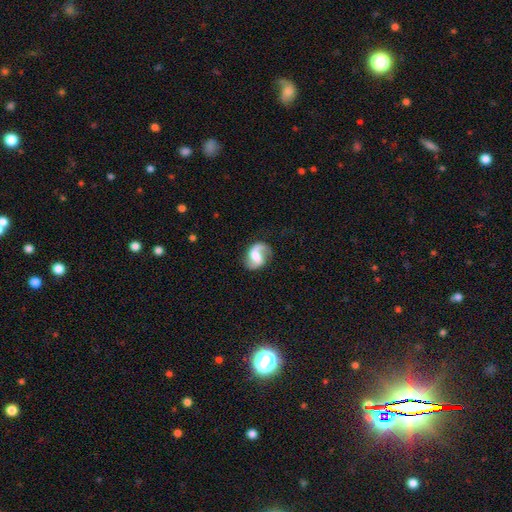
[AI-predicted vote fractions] smooth_or_featured: featured or disk (p=0.77) [alt: smooth p=0.16]
disk_edge_on: no (p=0.98) [alt: yes p=0.02]
bar: weak (p=0.46) [alt: strong p=0.31]
has_spiral_arms: yes (p=0.93) [alt: no p=0.07]
spiral_winding: loose (p=0.50) [alt: medium p=0.39]
spiral_arm_count: 2 (p=0.77) [alt: 1 p=0.17]
bulge_size: moderate (p=0.39) [alt: large p=0.23]
merging: none (p=0.69) [alt: minor disturbance p=0.18]